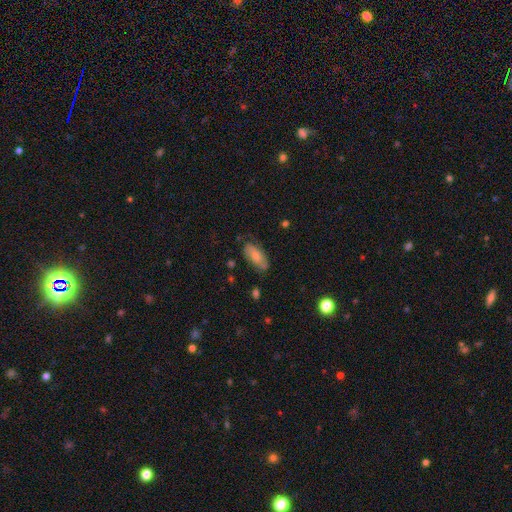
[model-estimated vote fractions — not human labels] Q: Smooth or featured?
A: smooth (60%); runner-up: featured or disk (32%)
Q: How rounded?
A: in between (86%); runner-up: cigar-shaped (11%)
Q: Merging?
A: none (64%); runner-up: minor disturbance (25%)